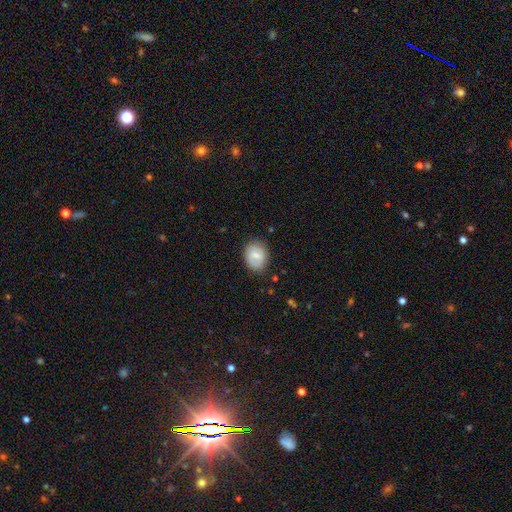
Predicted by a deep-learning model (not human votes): Smooth or featured? smooth (62%)
How rounded? in between (52%)
Merging? none (77%)